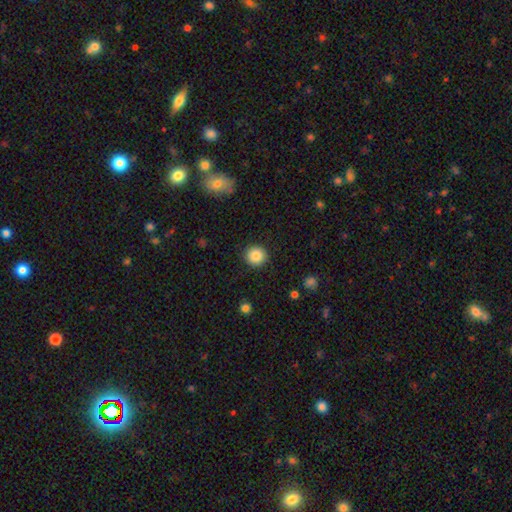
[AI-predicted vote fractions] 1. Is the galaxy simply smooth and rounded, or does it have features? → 86% smooth, 10% star or artifact, 4% featured or disk.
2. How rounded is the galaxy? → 94% round, 6% in between, 1% cigar-shaped.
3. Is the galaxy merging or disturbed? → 91% none, 6% minor disturbance, 2% major disturbance, 1% merger.